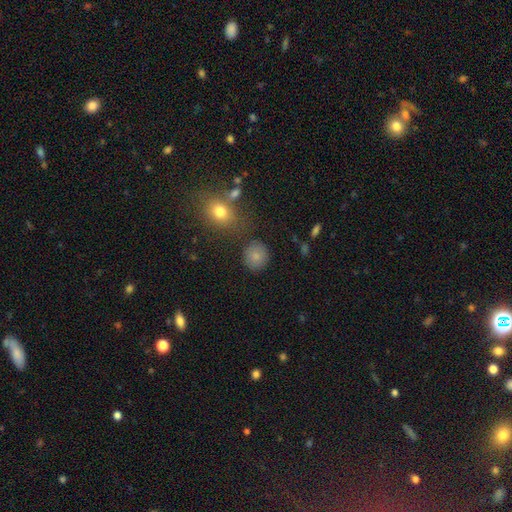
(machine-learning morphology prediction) A smooth galaxy with no disk features (82%) that is round (86%).

Vote fractions:
- Smooth or featured? smooth: 82% / star or artifact: 11% / featured or disk: 8%
- How rounded? round: 86% / in between: 13% / cigar-shaped: 1%
- Merging? none: 81% / minor disturbance: 10% / merger: 5% / major disturbance: 4%